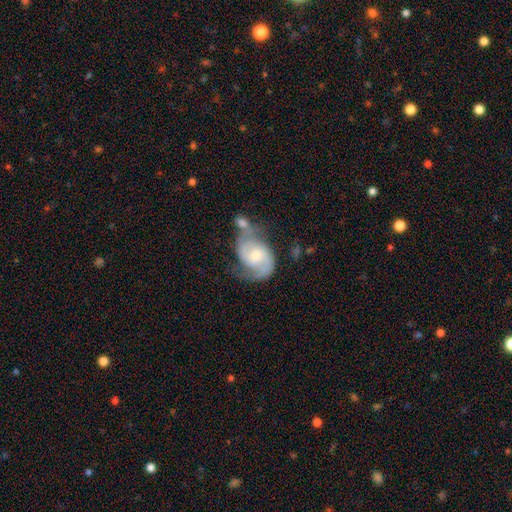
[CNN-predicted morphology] Smooth or featured? Predicted: featured or disk (p=0.83). Edge-on disk? Predicted: no (p=0.98). Bar? Predicted: no (p=0.57). Spiral arms? Predicted: yes (p=0.96). Spiral winding? Predicted: medium (p=0.52). Spiral arm count? Predicted: 2 (p=0.84). Bulge size? Predicted: small (p=0.52). Merging? Predicted: none (p=0.40).